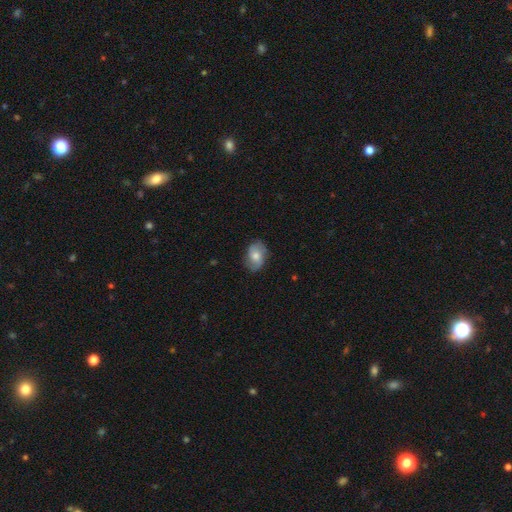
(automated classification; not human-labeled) A smooth galaxy with no disk features (52%) that is in between round and cigar-shaped (75%). Merging: none (77%).